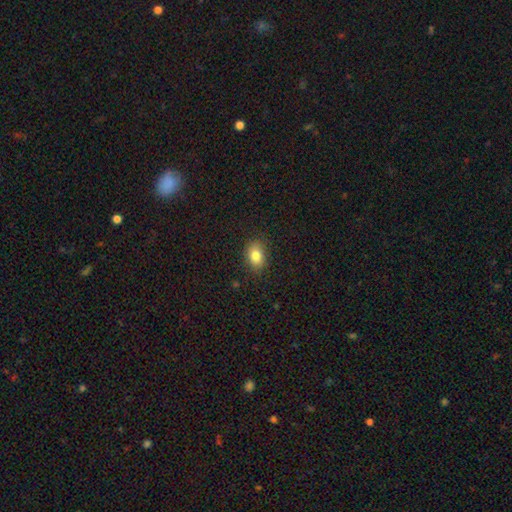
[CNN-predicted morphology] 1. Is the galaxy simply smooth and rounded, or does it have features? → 83% smooth, 10% star or artifact, 8% featured or disk.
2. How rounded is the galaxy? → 73% in between, 26% round, 1% cigar-shaped.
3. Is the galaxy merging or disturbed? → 86% none, 10% minor disturbance, 3% major disturbance, 1% merger.